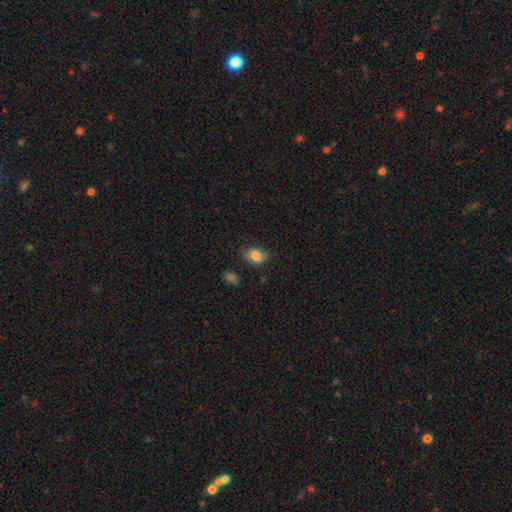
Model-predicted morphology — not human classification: Smooth or featured? smooth (81%)
How rounded? in between (69%)
Merging? none (69%)